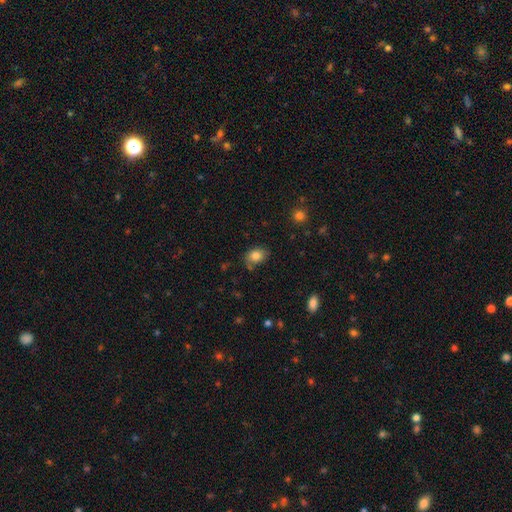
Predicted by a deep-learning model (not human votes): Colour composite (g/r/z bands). It shows a smooth galaxy with no disk features (82%) that is in between round and cigar-shaped (67%). Merging: none (73%).